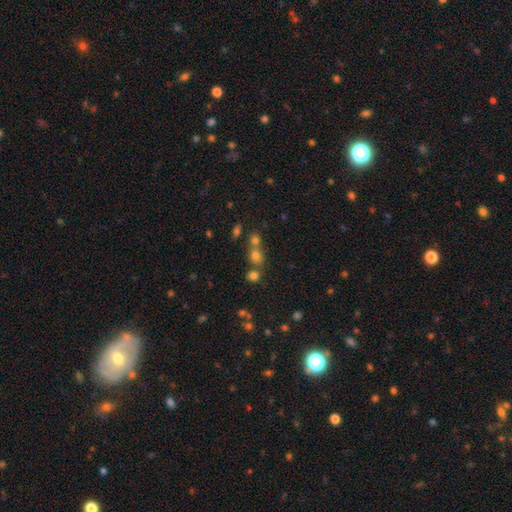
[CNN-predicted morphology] smooth 62%, star or artifact 27%, featured or disk 11%. Down the decision tree: how rounded — round (78%); merging — none (53%).